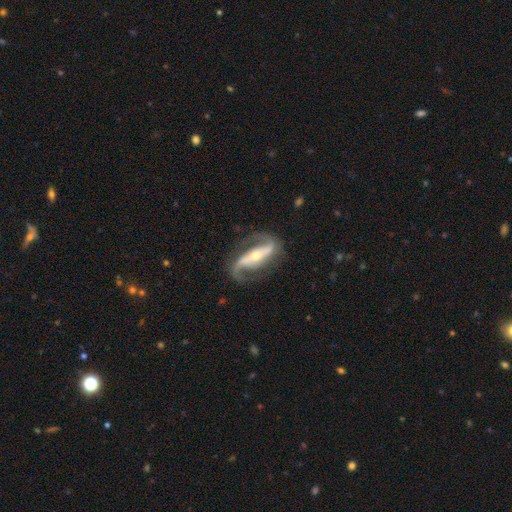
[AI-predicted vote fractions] This is clearly a featured or disk galaxy (90%). It is clearly not viewed edge-on (92%). Bar: likely strong (64%). Spiral arm pattern: clearly yes (96%). Spiral arm count: clearly 2 (90%). Spiral winding: possibly loose (49%). Central bulge: possibly small (48%). Merging: likely none (75%).